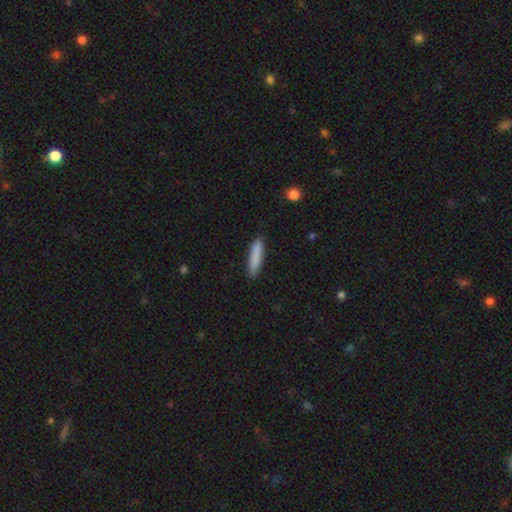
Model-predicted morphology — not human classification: Overall: smooth (85%). How rounded: cigar-shaped (84%). Merging: none (85%).